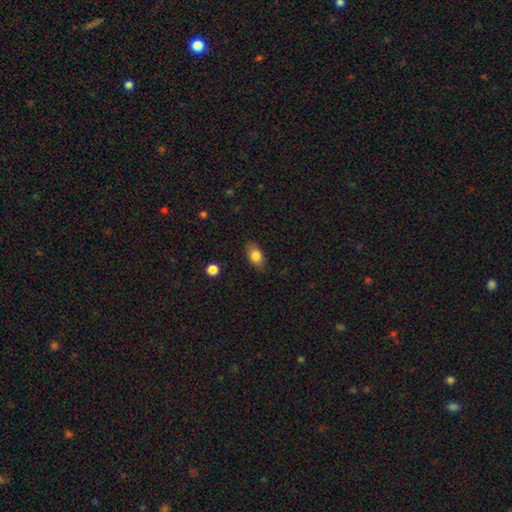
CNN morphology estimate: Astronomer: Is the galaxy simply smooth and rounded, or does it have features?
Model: smooth — 81%.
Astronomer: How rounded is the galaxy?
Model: in between — 86%.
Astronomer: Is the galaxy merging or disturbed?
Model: none — 82%.